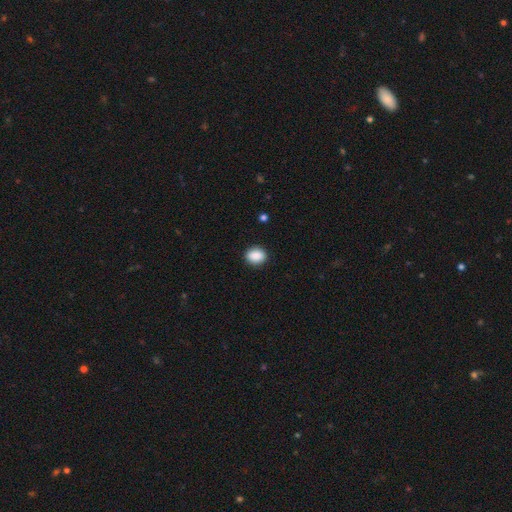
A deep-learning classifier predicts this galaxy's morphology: The model was most divided on "how rounded": in between: 51%, round: 48%, cigar-shaped: 1%. More confident: smooth or featured — smooth (89%); merging — none (89%).